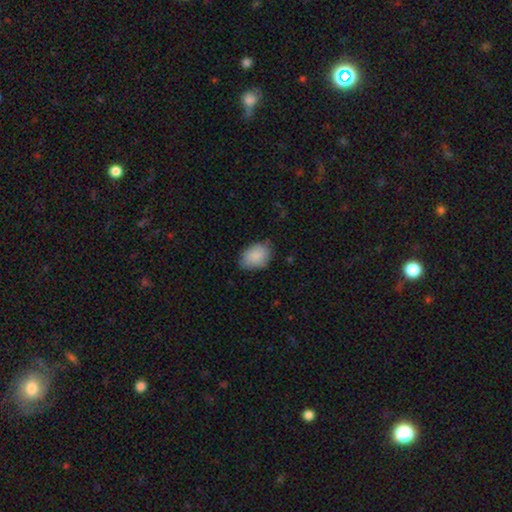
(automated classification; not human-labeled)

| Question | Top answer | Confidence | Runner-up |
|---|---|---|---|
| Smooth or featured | smooth | 88% | star or artifact (6%) |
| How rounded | in between | 83% | round (16%) |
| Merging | none | 71% | minor disturbance (24%) |